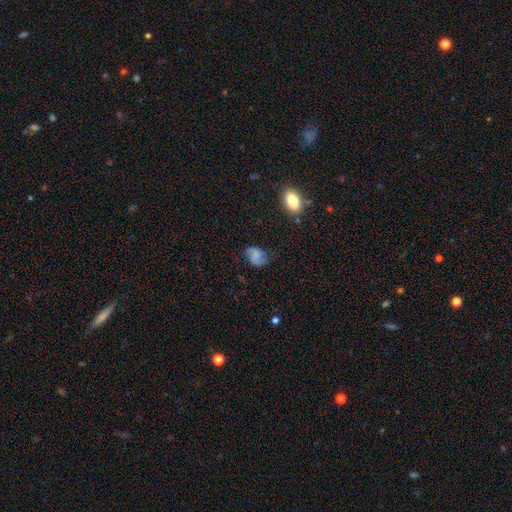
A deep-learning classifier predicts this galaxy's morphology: Smooth or featured?
  - featured or disk: 49% *
  - smooth: 41%
  - star or artifact: 10%
Merging?
  - none: 67% *
  - minor disturbance: 22%
  - major disturbance: 8%
  - merger: 2%